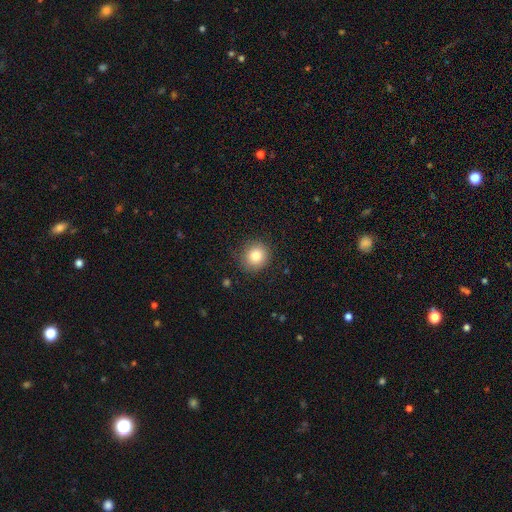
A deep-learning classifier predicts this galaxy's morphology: A smooth galaxy with no disk features (82%) that is round (89%).

Vote fractions:
- Smooth or featured? smooth: 82% / star or artifact: 10% / featured or disk: 8%
- How rounded? round: 89% / in between: 11% / cigar-shaped: 1%
- Merging? none: 85% / minor disturbance: 11% / major disturbance: 3% / merger: 1%